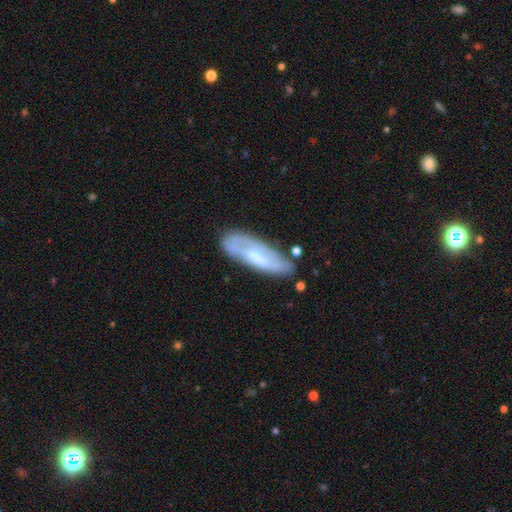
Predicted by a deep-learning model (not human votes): A featured or disk galaxy (57%).

Vote fractions:
- Smooth or featured? featured or disk: 57% / smooth: 37% / star or artifact: 6%
- Edge-on disk? no: 75% / yes: 25%
- Merging? none: 65% / minor disturbance: 23% / major disturbance: 7% / merger: 5%